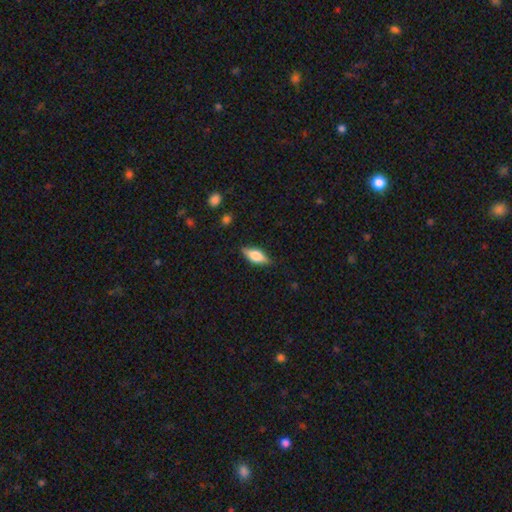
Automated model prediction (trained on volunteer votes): Smooth or featured? smooth (63%)
How rounded? in between (72%)
Merging? none (85%)